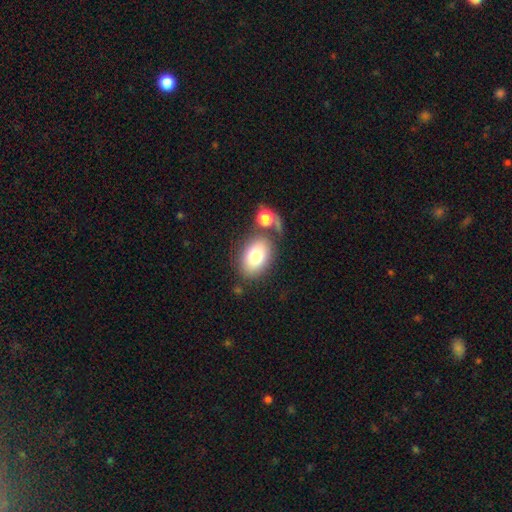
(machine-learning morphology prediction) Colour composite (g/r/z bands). It shows a smooth galaxy with no disk features (78%) that is in between round and cigar-shaped (84%). Merging: none (66%).